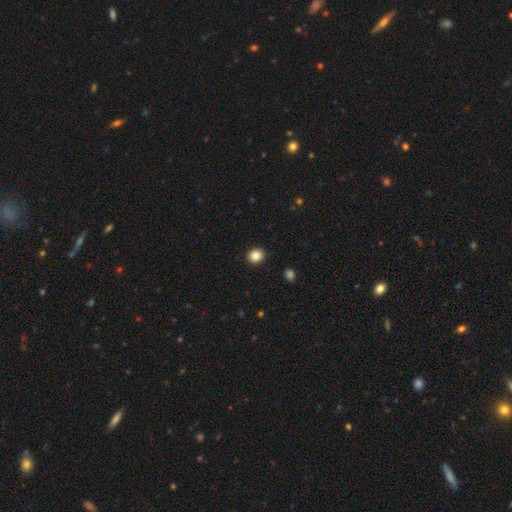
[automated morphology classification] Overall: smooth (86%). How rounded: round (72%). Merging: none (92%).